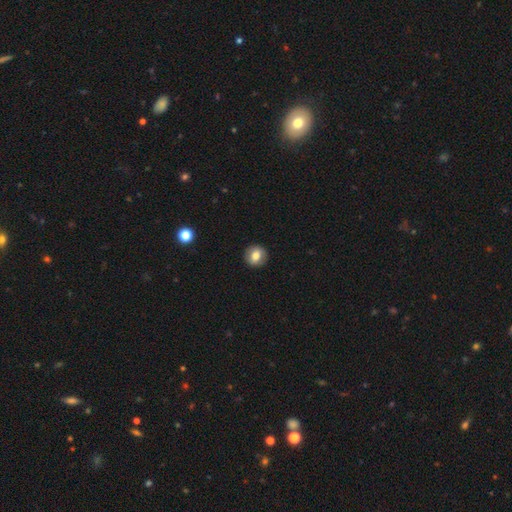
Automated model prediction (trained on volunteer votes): smooth-or-featured: smooth: 74% | featured or disk: 18% | star or artifact: 8%
  how-rounded: round: 89% | in between: 10% | cigar-shaped: 1%
  merging: none: 91% | minor disturbance: 6% | major disturbance: 2% | merger: 1%